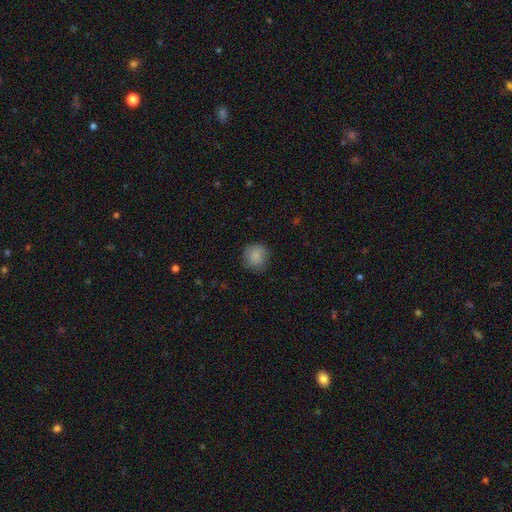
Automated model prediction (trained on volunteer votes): Q: Smooth or featured?
A: smooth (86%); runner-up: star or artifact (8%)
Q: How rounded?
A: round (90%); runner-up: in between (9%)
Q: Merging?
A: none (80%); runner-up: minor disturbance (15%)